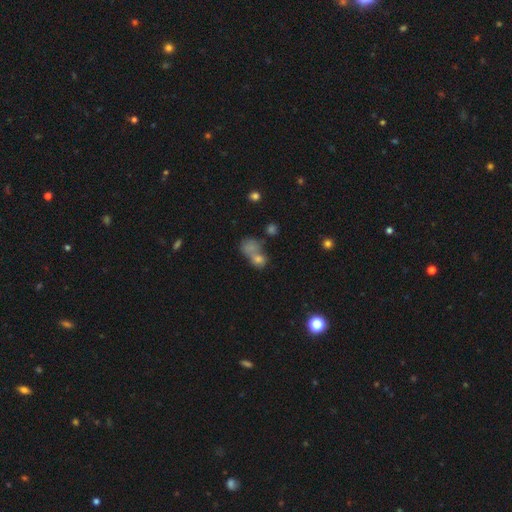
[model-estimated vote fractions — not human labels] This appears to be a smooth galaxy with no disk features (61%) that is round (51%). Merging: merger (52%).